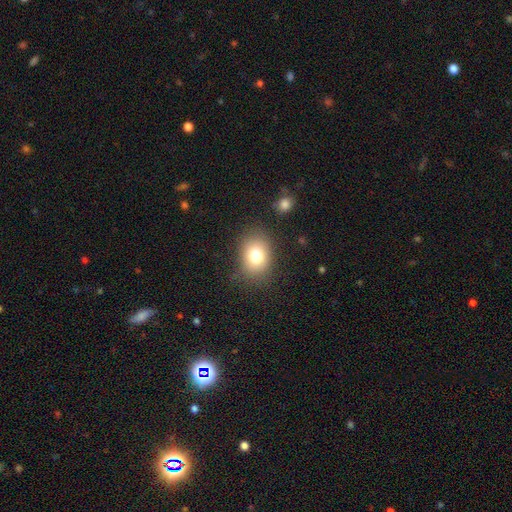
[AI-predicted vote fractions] Morphology: type=smooth (77%); roundness=in between (58%); merging=none (78%).